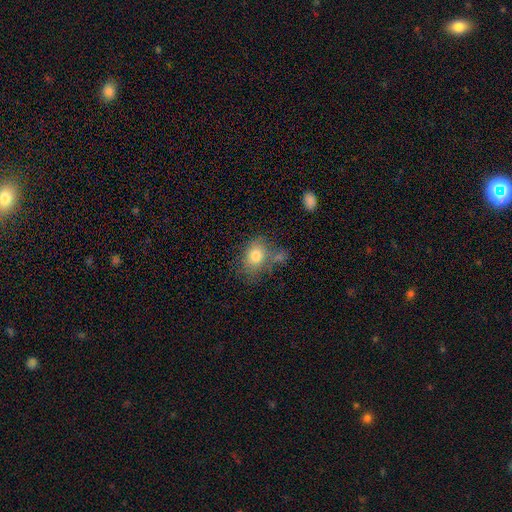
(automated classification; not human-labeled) Smooth or featured?
  - smooth: 77% *
  - featured or disk: 14%
  - star or artifact: 9%
How rounded?
  - in between: 65% *
  - round: 34%
  - cigar-shaped: 1%
Merging?
  - none: 53% *
  - minor disturbance: 22%
  - merger: 15%
  - major disturbance: 11%